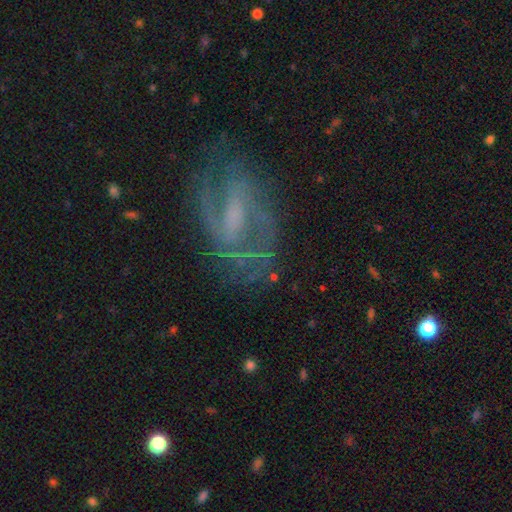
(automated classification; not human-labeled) A featured or disk galaxy (83%) with a weak bar (48%), 2 (69%) medium (50%) spiral arms (91%) and no central bulge (34%). Merging: none (66%).